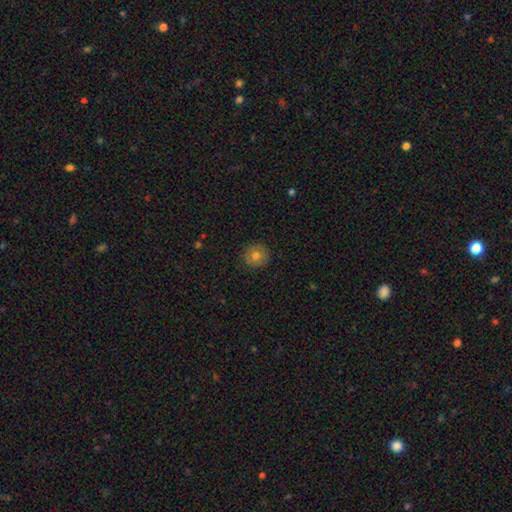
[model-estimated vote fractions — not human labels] Morphology: type=smooth (76%); roundness=round (93%); merging=none (90%).